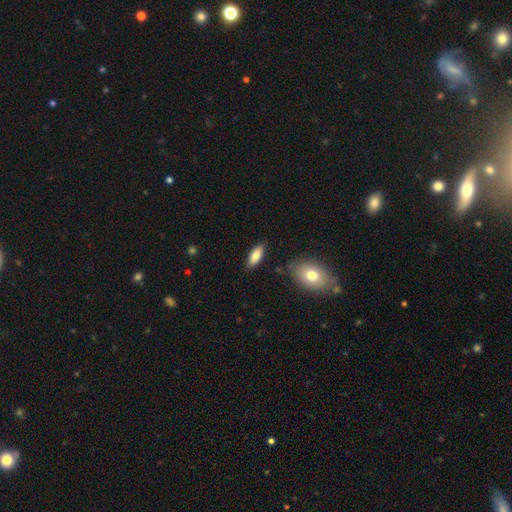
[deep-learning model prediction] smooth_or_featured: smooth (p=0.81) [alt: featured or disk p=0.12]
how_rounded: in between (p=0.72) [alt: cigar-shaped p=0.26]
merging: none (p=0.83) [alt: minor disturbance p=0.12]